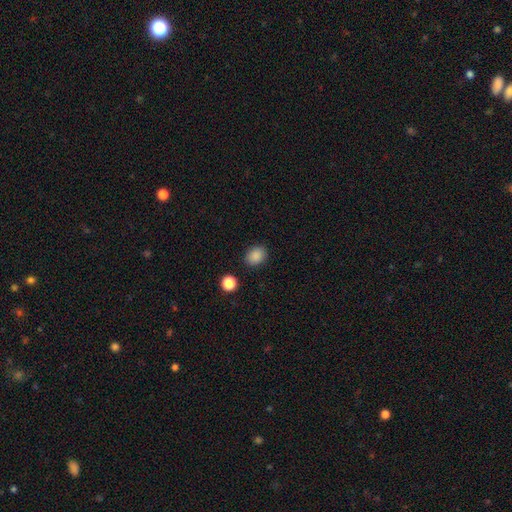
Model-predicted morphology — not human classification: smooth_or_featured: smooth (p=0.87) [alt: star or artifact p=0.10]
how_rounded: in between (p=0.56) [alt: round p=0.43]
merging: none (p=0.87) [alt: minor disturbance p=0.09]